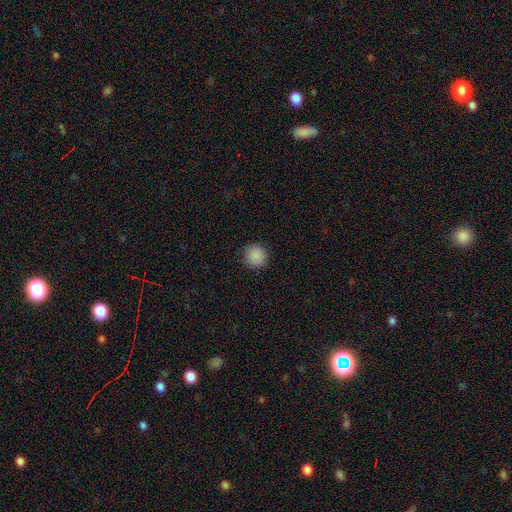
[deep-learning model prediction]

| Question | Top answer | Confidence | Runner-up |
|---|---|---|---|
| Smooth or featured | smooth | 88% | star or artifact (9%) |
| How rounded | round | 94% | in between (5%) |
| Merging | none | 89% | minor disturbance (8%) |